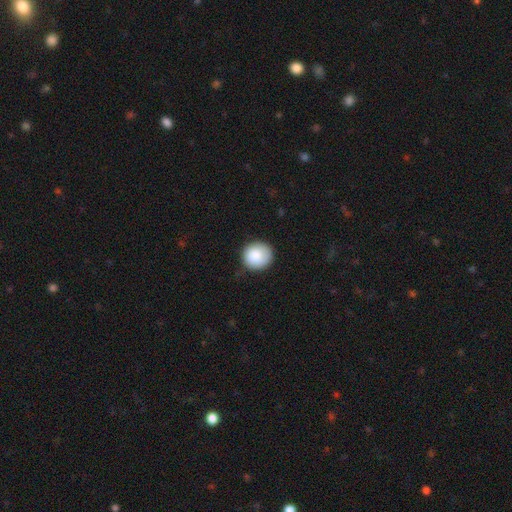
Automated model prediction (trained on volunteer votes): Smooth or featured: smooth — 86% (featured or disk — 7%)
How rounded: round — 91% (in between — 8%)
Merging: none — 83% (minor disturbance — 13%)